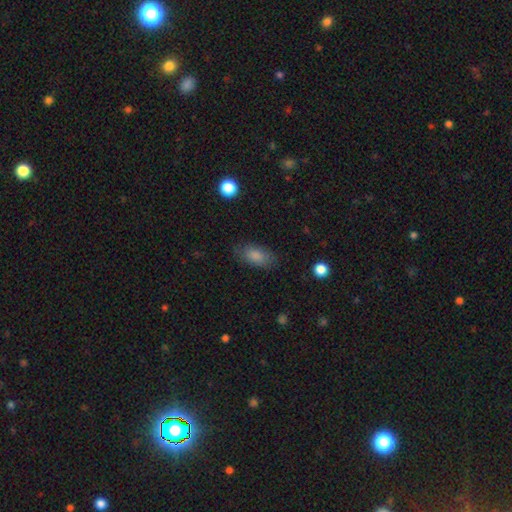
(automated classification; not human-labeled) Smooth or featured? Predicted: smooth (p=0.85). How rounded? Predicted: in between (p=0.90). Merging? Predicted: none (p=0.79).